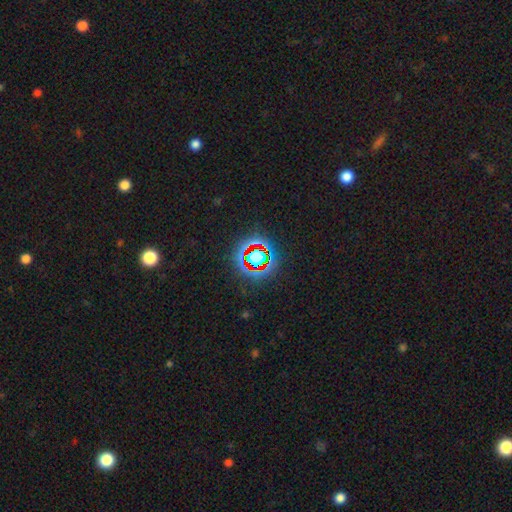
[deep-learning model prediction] smooth_or_featured: star or artifact (p=0.68) [alt: smooth p=0.20]